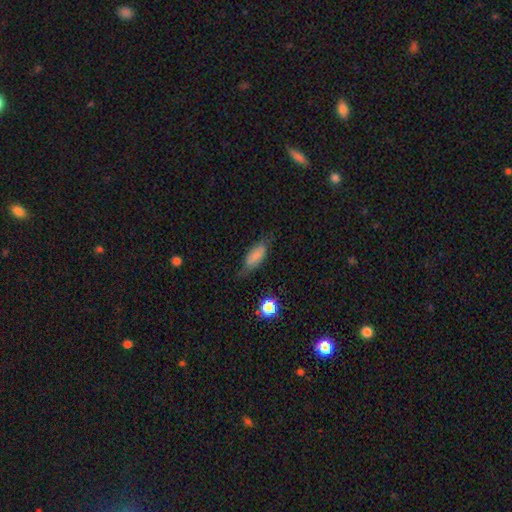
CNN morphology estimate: smooth-or-featured: smooth: 75% | featured or disk: 16% | star or artifact: 9%
  how-rounded: in between: 79% | cigar-shaped: 18% | round: 3%
  merging: none: 63% | minor disturbance: 26% | major disturbance: 9% | merger: 2%